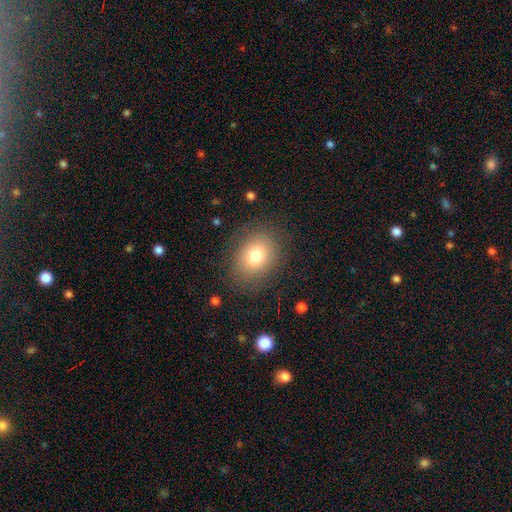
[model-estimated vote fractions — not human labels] Morphology: type=smooth (77%); roundness=round (50%); merging=none (81%).